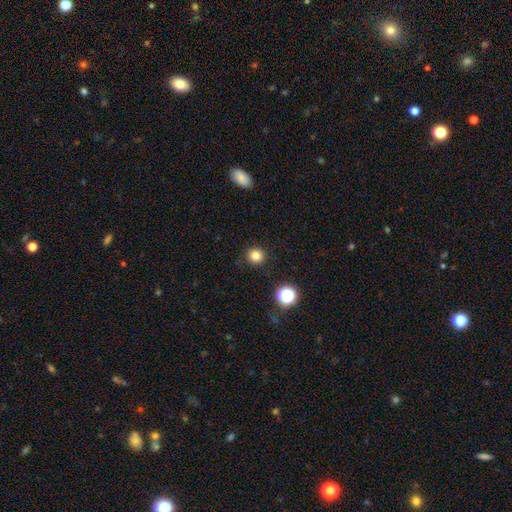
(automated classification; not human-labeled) A smooth galaxy with no disk features (82%) that is round (91%).

Vote fractions:
- Smooth or featured? smooth: 82% / star or artifact: 14% / featured or disk: 5%
- How rounded? round: 91% / in between: 8% / cigar-shaped: 1%
- Merging? none: 91% / minor disturbance: 6% / major disturbance: 2% / merger: 1%